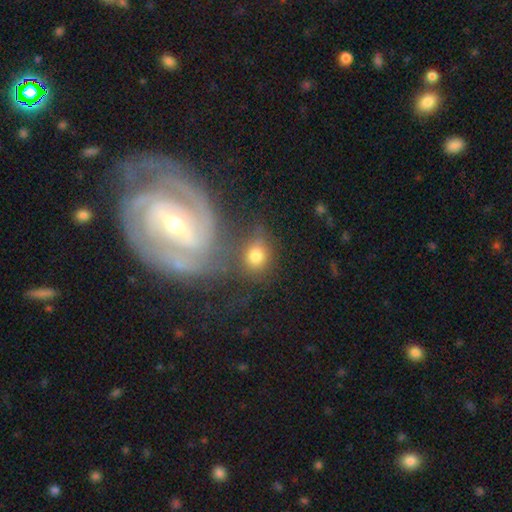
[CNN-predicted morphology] The model was most divided on "how rounded": round: 66%, in between: 32%, cigar-shaped: 2%. More confident: smooth or featured — smooth (70%); merging — none (59%).